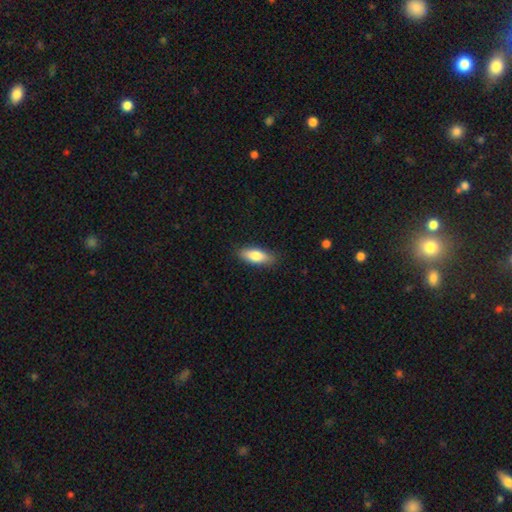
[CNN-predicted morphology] smooth-or-featured: smooth: 79% | featured or disk: 15% | star or artifact: 6%
  how-rounded: in between: 69% | cigar-shaped: 28% | round: 2%
  merging: none: 87% | minor disturbance: 10% | major disturbance: 2% | merger: 1%